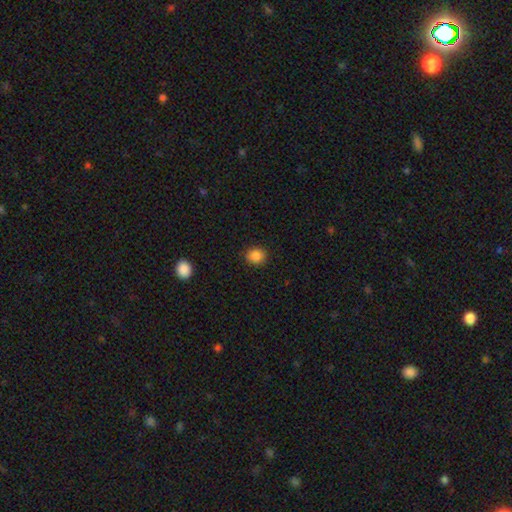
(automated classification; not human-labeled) A smooth galaxy with no disk features (86%) that is round (78%).

Vote fractions:
- Smooth or featured? smooth: 86% / star or artifact: 10% / featured or disk: 4%
- How rounded? round: 78% / in between: 21% / cigar-shaped: 1%
- Merging? none: 88% / minor disturbance: 9% / major disturbance: 2% / merger: 1%